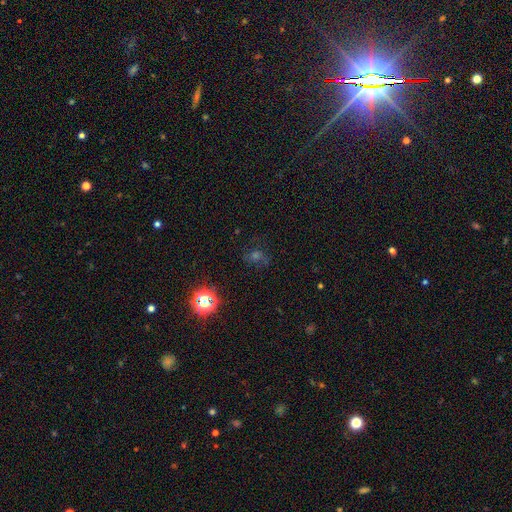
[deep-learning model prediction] The model was most divided on "smooth or featured": star or artifact: 45%, smooth: 29%, featured or disk: 27%.